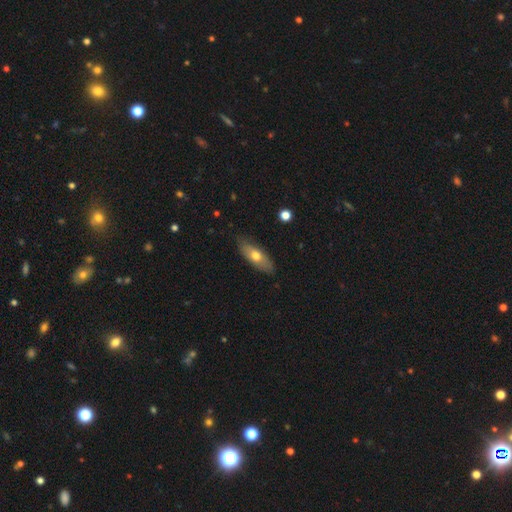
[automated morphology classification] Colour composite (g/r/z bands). It shows a smooth galaxy with no disk features (61%) that is in between round and cigar-shaped (65%). Merging: none (83%).